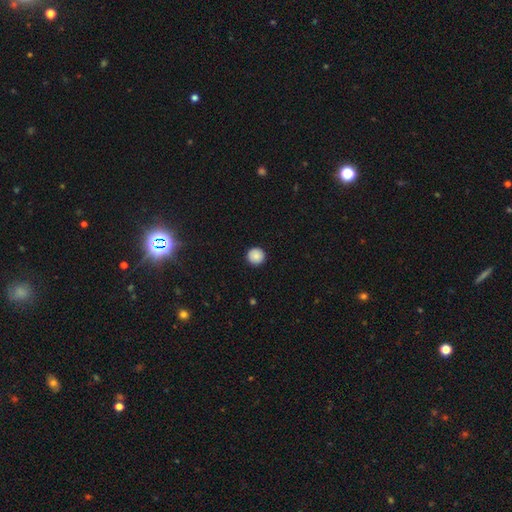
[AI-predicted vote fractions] The model was most divided on "smooth or featured": smooth: 86%, star or artifact: 9%, featured or disk: 5%. More confident: how rounded — round (96%); merging — none (92%).